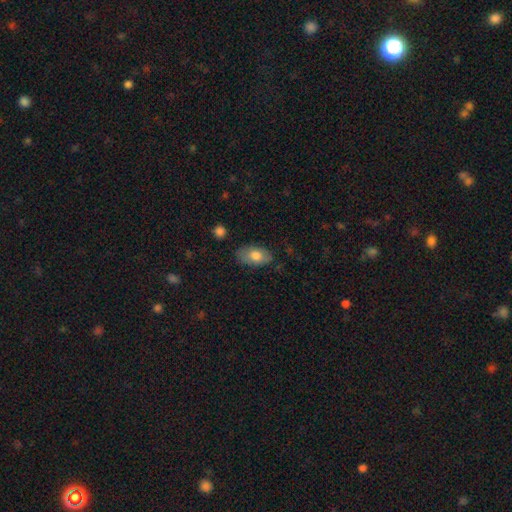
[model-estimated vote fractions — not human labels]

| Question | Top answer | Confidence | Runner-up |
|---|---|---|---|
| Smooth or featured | smooth | 75% | featured or disk (18%) |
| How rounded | in between | 92% | round (5%) |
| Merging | none | 75% | minor disturbance (19%) |